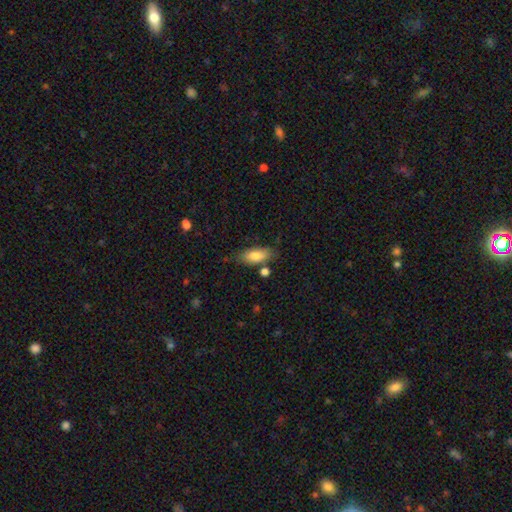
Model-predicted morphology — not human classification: A smooth galaxy with no disk features (81%) that is in between round and cigar-shaped (82%). Merging: none (72%).